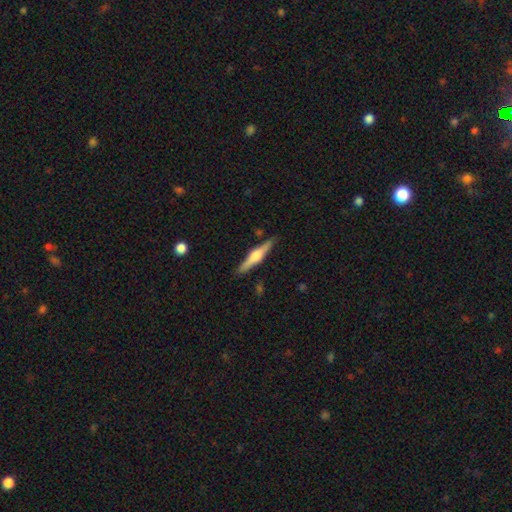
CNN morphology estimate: Smooth or featured: featured or disk — 69% (smooth — 25%)
Edge-on disk: yes — 98% (no — 2%)
Edge-on bulge: rounded — 88% (boxy — 9%)
Merging: none — 89% (minor disturbance — 8%)